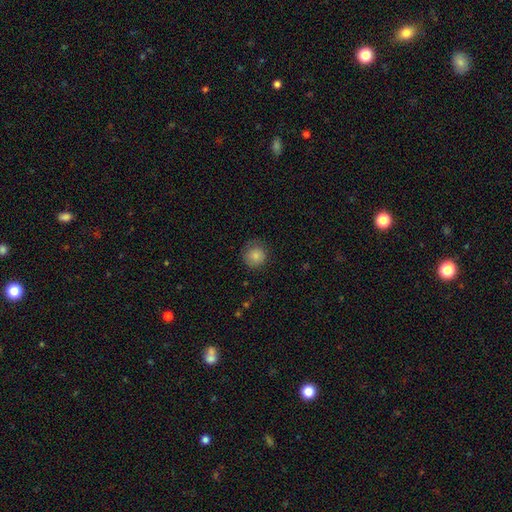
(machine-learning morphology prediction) Smooth or featured? Predicted: smooth (p=0.83). How rounded? Predicted: round (p=0.92). Merging? Predicted: none (p=0.78).